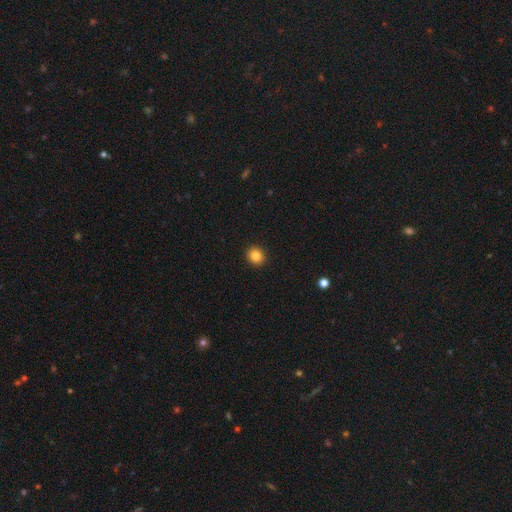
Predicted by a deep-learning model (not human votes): Smooth or featured? Predicted: smooth (p=0.85). How rounded? Predicted: round (p=0.77). Merging? Predicted: none (p=0.92).